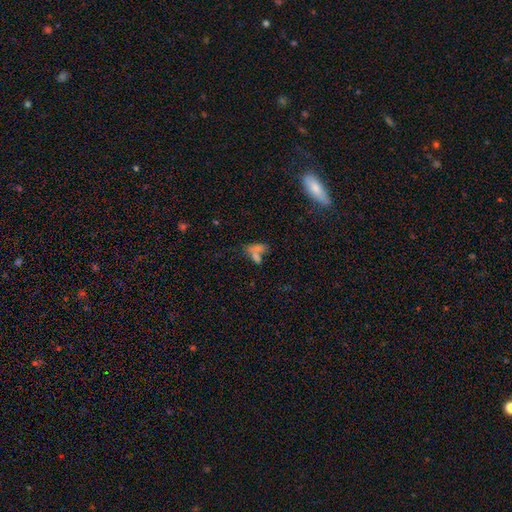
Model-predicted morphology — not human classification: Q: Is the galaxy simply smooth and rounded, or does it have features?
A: smooth — 58%.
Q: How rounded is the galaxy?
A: in between — 65%.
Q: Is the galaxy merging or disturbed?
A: merger — 44%.